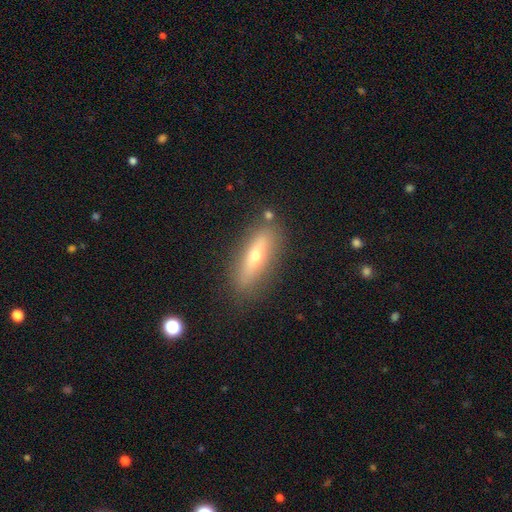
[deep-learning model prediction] The model was most divided on "smooth or featured": featured or disk: 47%, smooth: 45%, star or artifact: 8%. More confident: merging — none (82%).